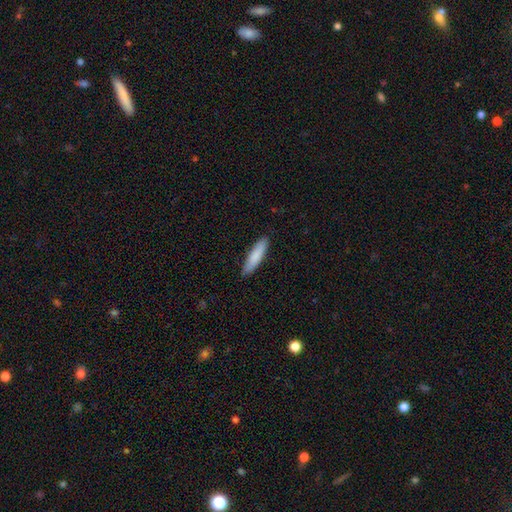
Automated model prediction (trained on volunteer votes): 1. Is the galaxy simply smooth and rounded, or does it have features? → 84% smooth, 10% featured or disk, 5% star or artifact.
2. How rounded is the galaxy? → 78% cigar-shaped, 21% in between, 1% round.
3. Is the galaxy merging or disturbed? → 87% none, 10% minor disturbance, 2% major disturbance, 1% merger.